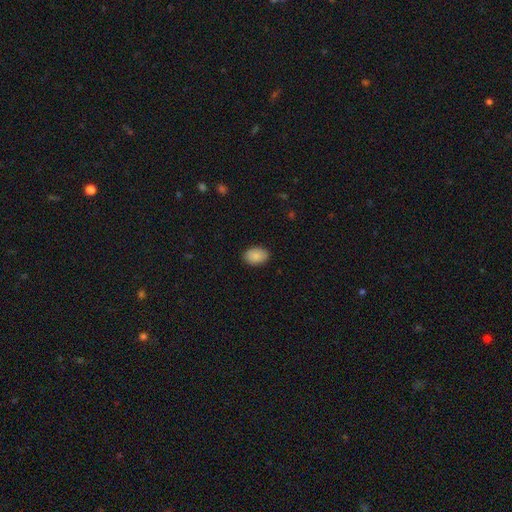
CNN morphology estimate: Smooth or featured? smooth (87%)
How rounded? in between (84%)
Merging? none (88%)